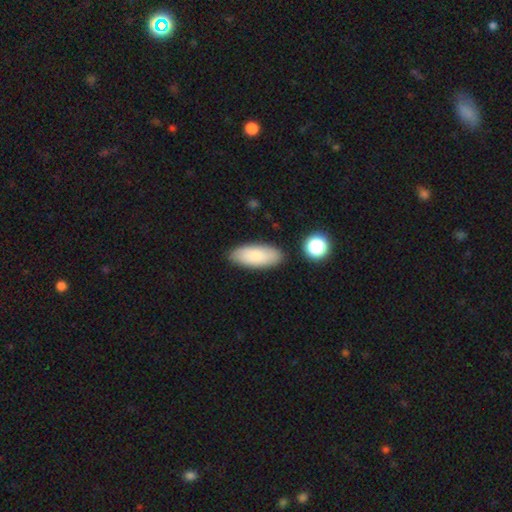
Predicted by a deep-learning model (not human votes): smooth 83%, featured or disk 11%, star or artifact 6%. Down the decision tree: how rounded — in between (84%); merging — none (84%).